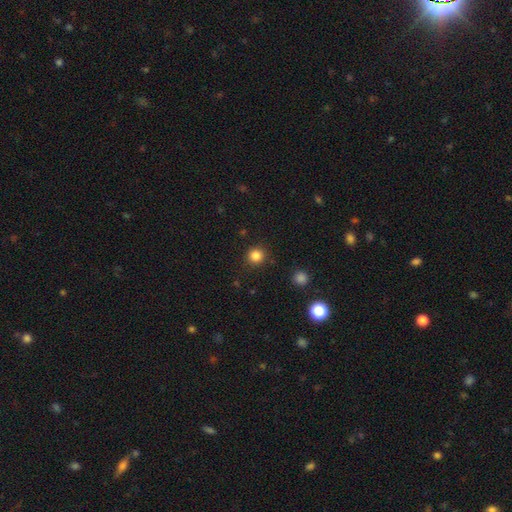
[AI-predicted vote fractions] Smooth or featured: smooth — 84% (star or artifact — 12%)
How rounded: round — 92% (in between — 7%)
Merging: none — 89% (minor disturbance — 7%)